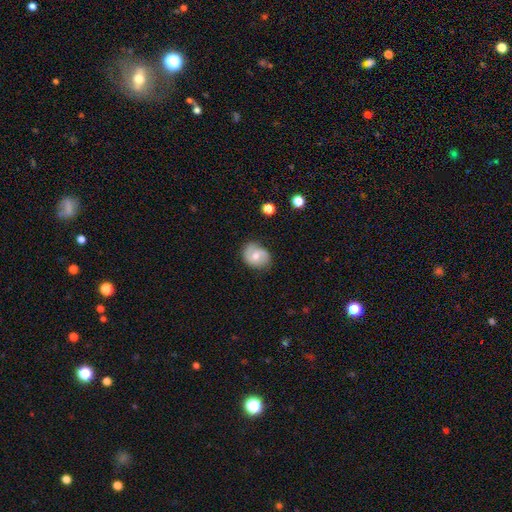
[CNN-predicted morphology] Overall: featured or disk (51%; smooth 42%). Edge-on disk: no (97%). Merging: none (70%).